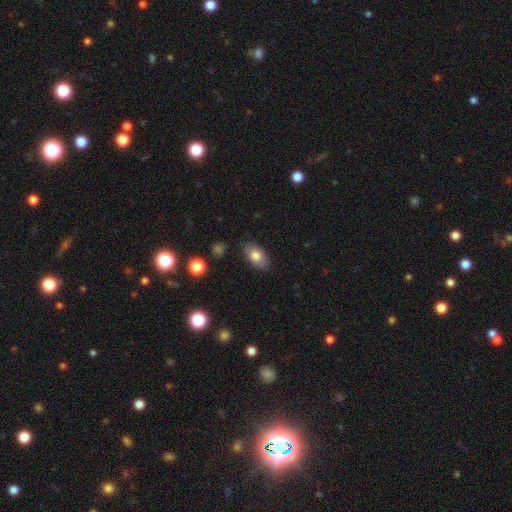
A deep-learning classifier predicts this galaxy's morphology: smooth-or-featured: smooth: 79% | featured or disk: 13% | star or artifact: 8%
  how-rounded: in between: 91% | round: 7% | cigar-shaped: 2%
  merging: none: 85% | minor disturbance: 11% | major disturbance: 2% | merger: 1%